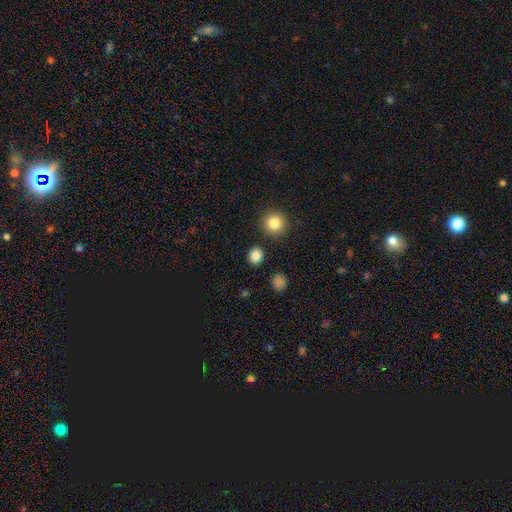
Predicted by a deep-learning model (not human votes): Smooth or featured? smooth (84%)
How rounded? round (83%)
Merging? none (89%)